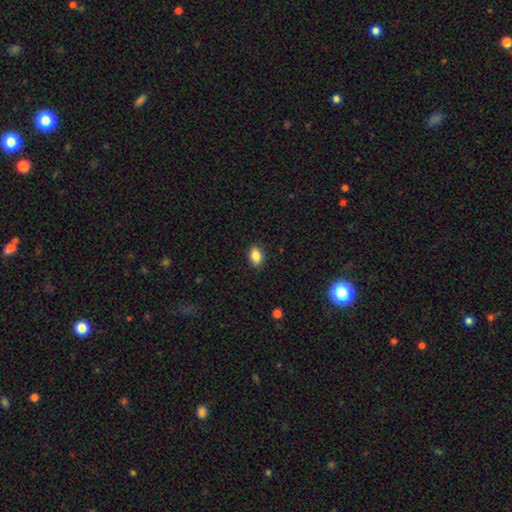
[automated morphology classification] Smooth or featured: smooth — 86% (star or artifact — 9%)
How rounded: in between — 80% (round — 19%)
Merging: none — 88% (minor disturbance — 9%)